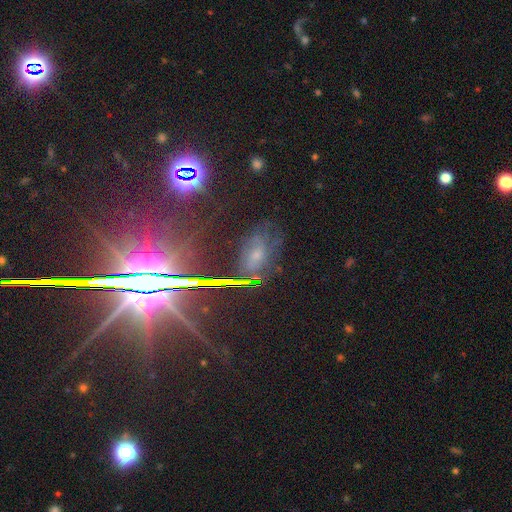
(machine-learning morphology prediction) smooth-or-featured: star or artifact: 45% | featured or disk: 34% | smooth: 20%